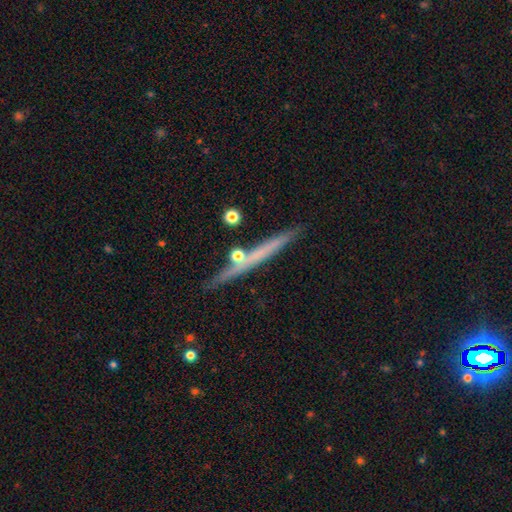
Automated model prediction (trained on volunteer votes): Q: Smooth or featured?
A: featured or disk (58%); runner-up: smooth (34%)
Q: Edge-on disk?
A: yes (96%); runner-up: no (4%)
Q: Edge-on bulge?
A: none (69%); runner-up: rounded (27%)
Q: Merging?
A: none (83%); runner-up: minor disturbance (10%)